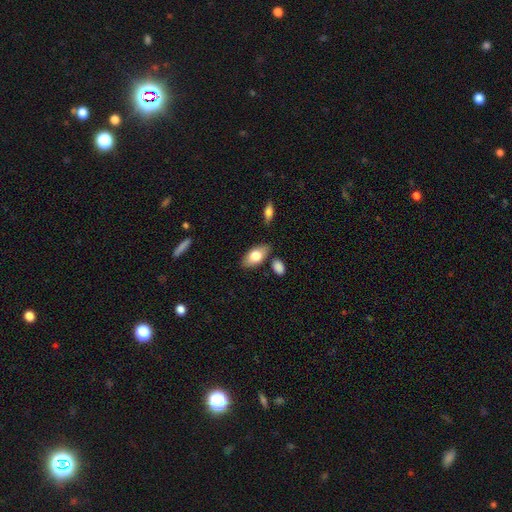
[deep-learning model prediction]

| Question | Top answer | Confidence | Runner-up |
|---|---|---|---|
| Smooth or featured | smooth | 76% | featured or disk (18%) |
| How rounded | in between | 92% | cigar-shaped (4%) |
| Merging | none | 79% | minor disturbance (12%) |